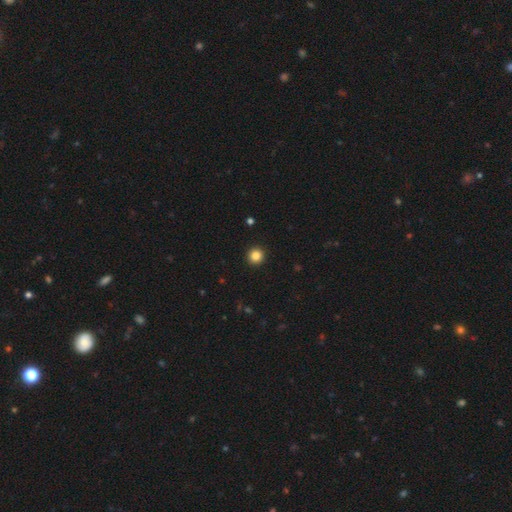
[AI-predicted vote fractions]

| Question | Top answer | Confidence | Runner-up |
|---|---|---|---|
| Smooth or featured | smooth | 85% | star or artifact (11%) |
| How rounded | round | 95% | in between (4%) |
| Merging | none | 94% | minor disturbance (4%) |